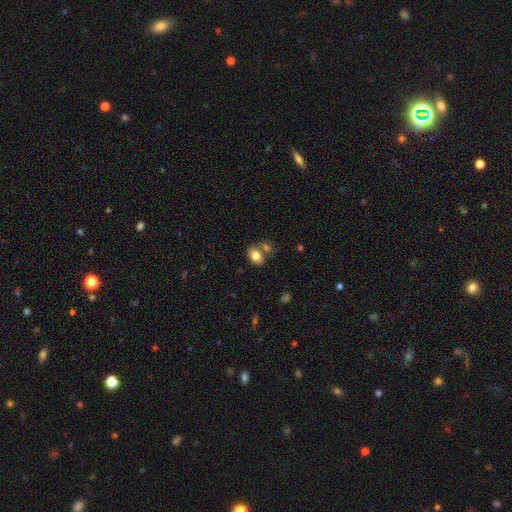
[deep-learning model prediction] Morphology: type=smooth (79%); roundness=in between (72%); merging=none (53%).